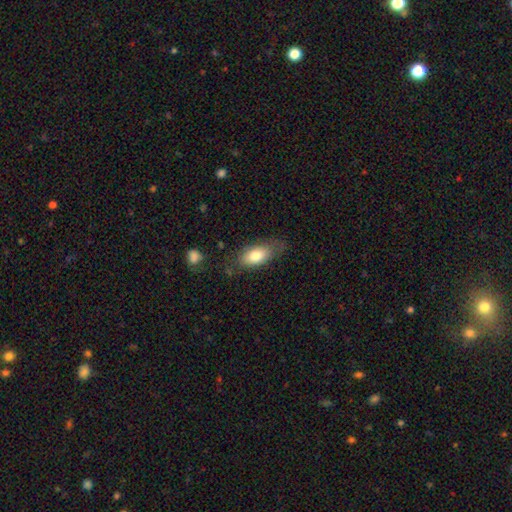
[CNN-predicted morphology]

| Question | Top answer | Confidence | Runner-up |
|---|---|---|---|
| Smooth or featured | smooth | 77% | featured or disk (17%) |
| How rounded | in between | 88% | cigar-shaped (8%) |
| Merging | none | 66% | minor disturbance (22%) |